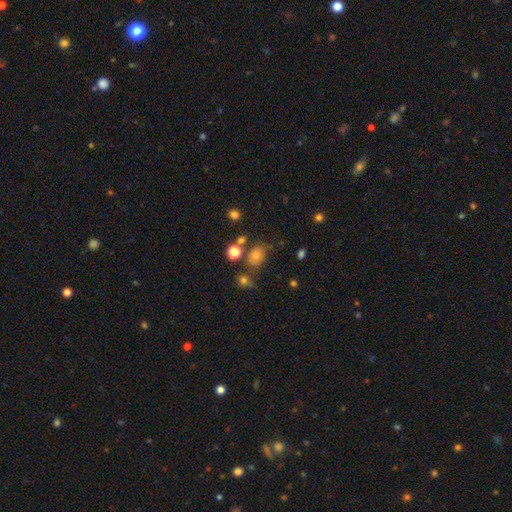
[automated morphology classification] The model was most divided on "how rounded": in between: 50%, round: 48%, cigar-shaped: 1%. More confident: smooth or featured — smooth (65%); merging — none (64%).